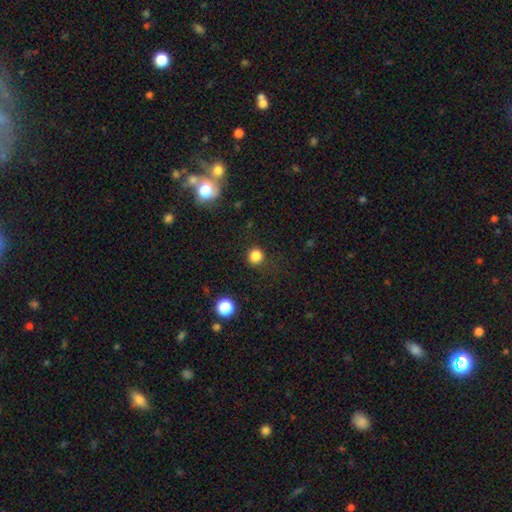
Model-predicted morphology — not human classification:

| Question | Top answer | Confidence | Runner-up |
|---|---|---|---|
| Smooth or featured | smooth | 84% | star or artifact (13%) |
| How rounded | round | 92% | in between (7%) |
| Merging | none | 87% | minor disturbance (8%) |